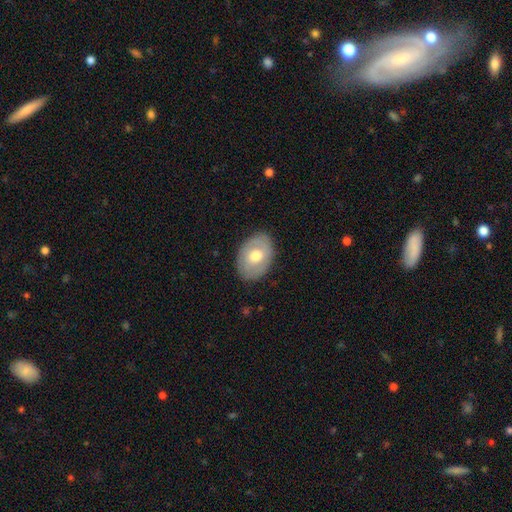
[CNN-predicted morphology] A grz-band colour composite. It shows a smooth galaxy with no disk features (50%). Merging: none (84%).